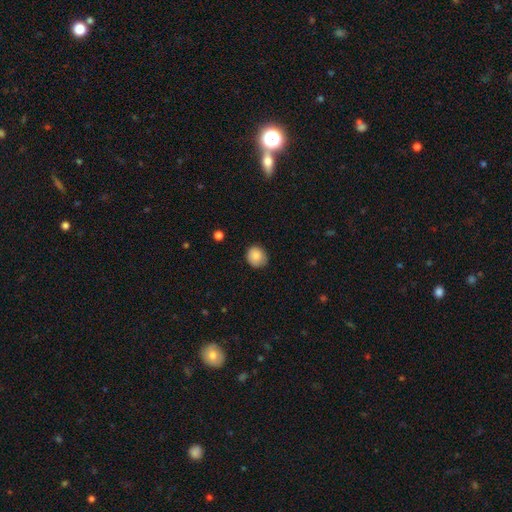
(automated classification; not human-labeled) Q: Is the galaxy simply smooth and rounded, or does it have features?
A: smooth — 86%.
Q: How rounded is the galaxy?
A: round — 77%.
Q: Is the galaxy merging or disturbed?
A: none — 79%.